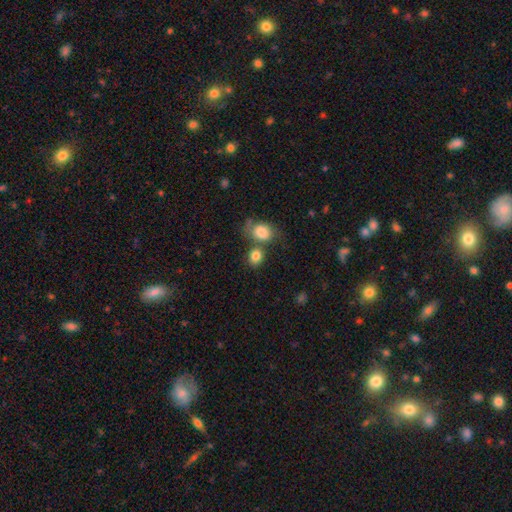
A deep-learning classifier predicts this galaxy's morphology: Smooth or featured? Predicted: smooth (p=0.83). How rounded? Predicted: round (p=0.61). Merging? Predicted: none (p=0.48).